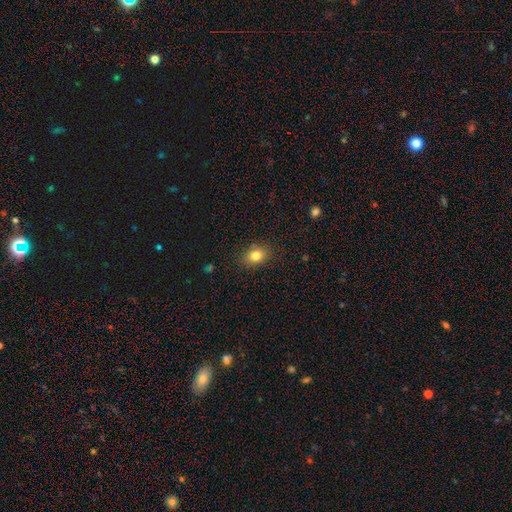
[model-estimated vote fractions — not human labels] A smooth galaxy with no disk features (82%) that is in between round and cigar-shaped (63%). Merging: none (84%).